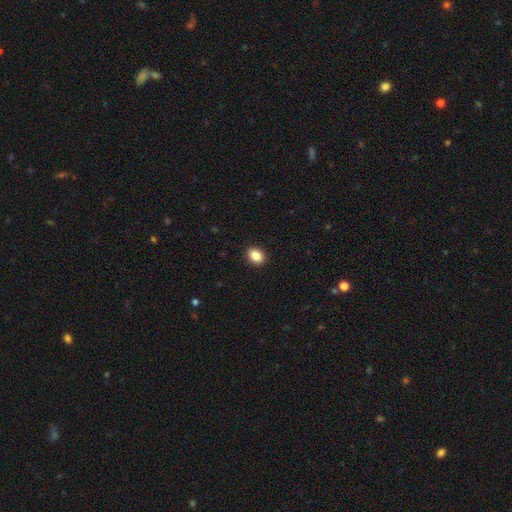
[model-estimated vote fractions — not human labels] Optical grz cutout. It shows a smooth galaxy with no disk features (87%) that is in between round and cigar-shaped (65%). Merging: none (91%).